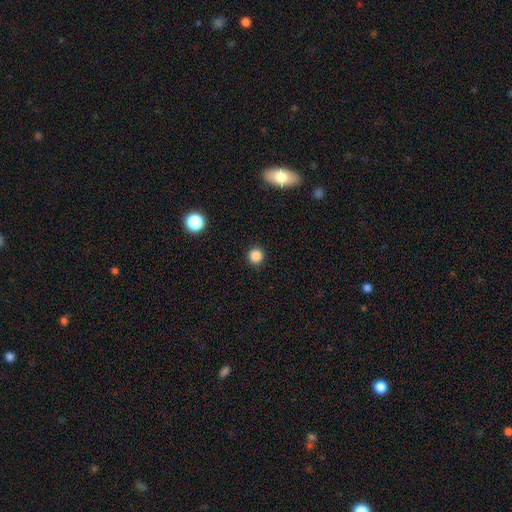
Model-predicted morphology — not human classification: smooth_or_featured: smooth (p=0.85) [alt: star or artifact p=0.12]
how_rounded: round (p=0.95) [alt: in between p=0.04]
merging: none (p=0.92) [alt: minor disturbance p=0.05]